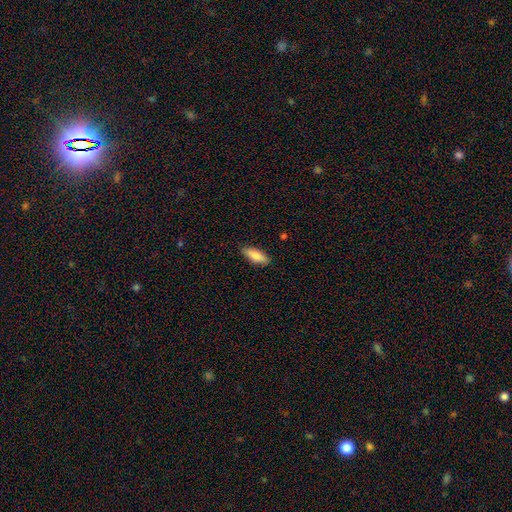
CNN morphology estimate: This appears to be a smooth galaxy with no disk features (84%) that is in between round and cigar-shaped (65%). Merging: none (87%).